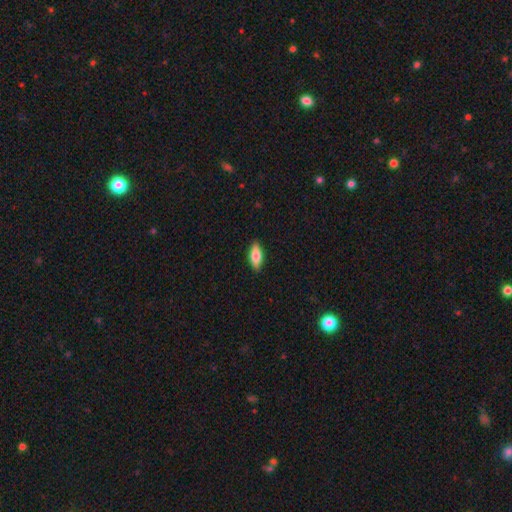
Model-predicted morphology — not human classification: Q: Smooth or featured?
A: smooth (77%); runner-up: featured or disk (17%)
Q: How rounded?
A: in between (77%); runner-up: cigar-shaped (21%)
Q: Merging?
A: none (89%); runner-up: minor disturbance (9%)